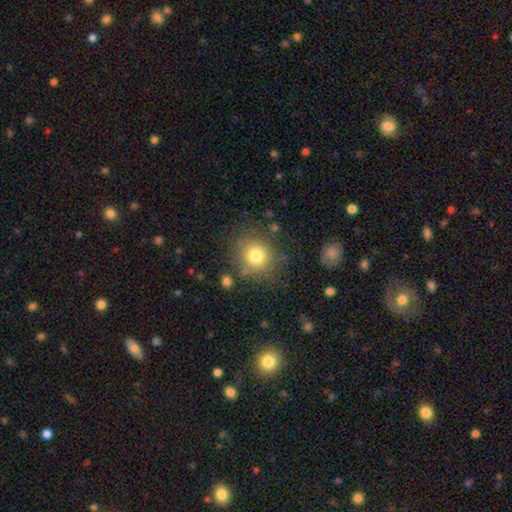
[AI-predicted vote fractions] Overall: smooth (78%). How rounded: round (84%). Merging: none (77%).